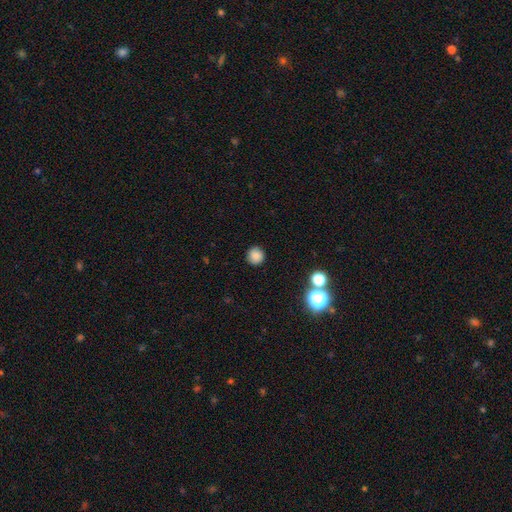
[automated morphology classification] smooth_or_featured: smooth (p=0.84) [alt: star or artifact p=0.11]
how_rounded: round (p=0.94) [alt: in between p=0.05]
merging: none (p=0.90) [alt: minor disturbance p=0.07]